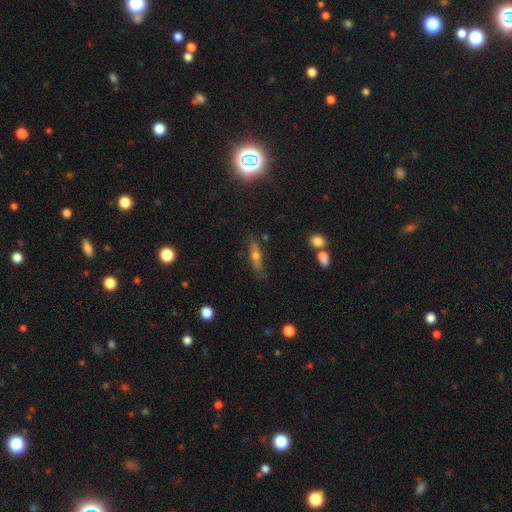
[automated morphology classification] This is marginally a smooth galaxy (44%). Merging: likely none (77%).